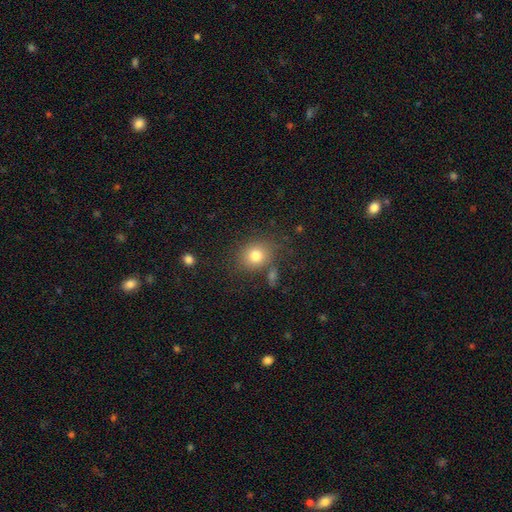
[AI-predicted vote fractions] smooth_or_featured: smooth (p=0.79) [alt: star or artifact p=0.12]
how_rounded: round (p=0.66) [alt: in between p=0.34]
merging: none (p=0.75) [alt: minor disturbance p=0.13]